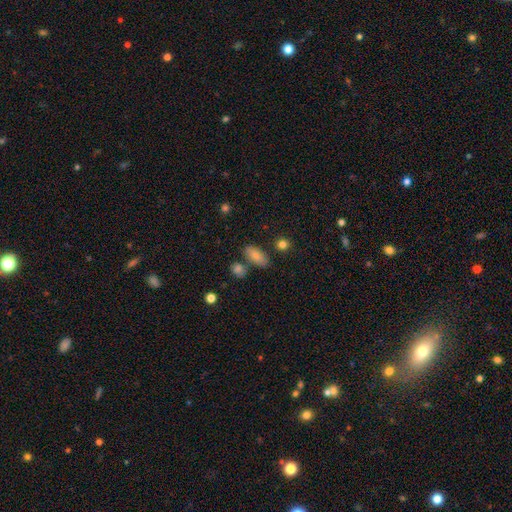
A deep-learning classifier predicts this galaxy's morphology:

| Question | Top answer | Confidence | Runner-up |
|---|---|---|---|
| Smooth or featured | smooth | 79% | featured or disk (13%) |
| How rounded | in between | 86% | cigar-shaped (8%) |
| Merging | none | 73% | minor disturbance (13%) |